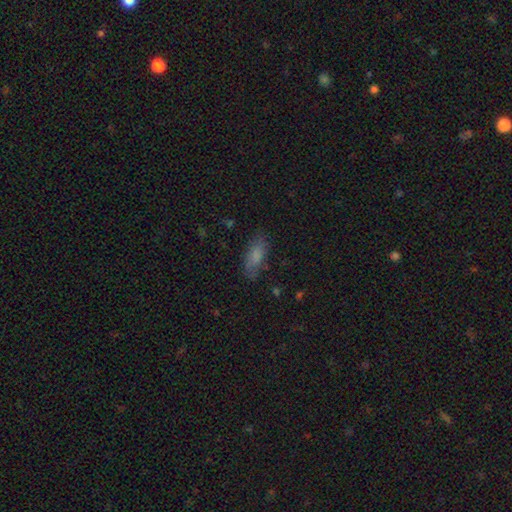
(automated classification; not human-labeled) Overall: smooth (78%). How rounded: in between (75%). Merging: none (75%).